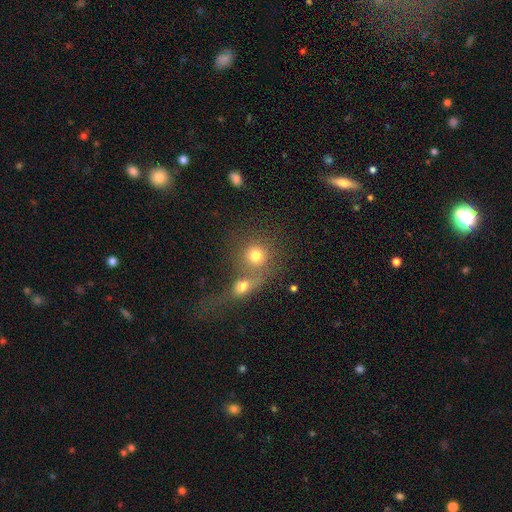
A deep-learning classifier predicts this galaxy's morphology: The model was most divided on "merging": merger: 53%, none: 34%, major disturbance: 7%, minor disturbance: 7%. More confident: how rounded — round (83%); smooth or featured — smooth (74%).